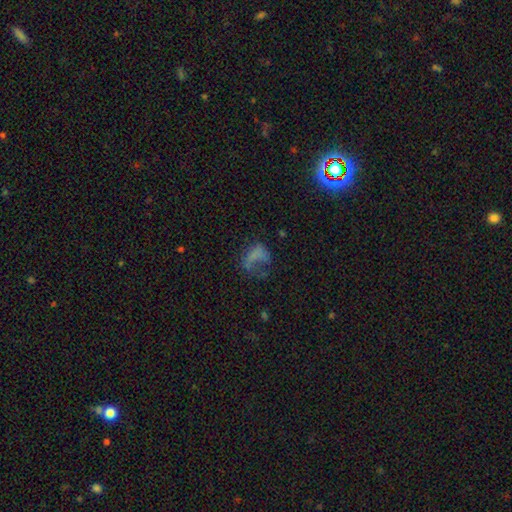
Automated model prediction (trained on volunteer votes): Smooth or featured? Predicted: smooth (p=0.49). Merging? Predicted: major disturbance (p=0.48).